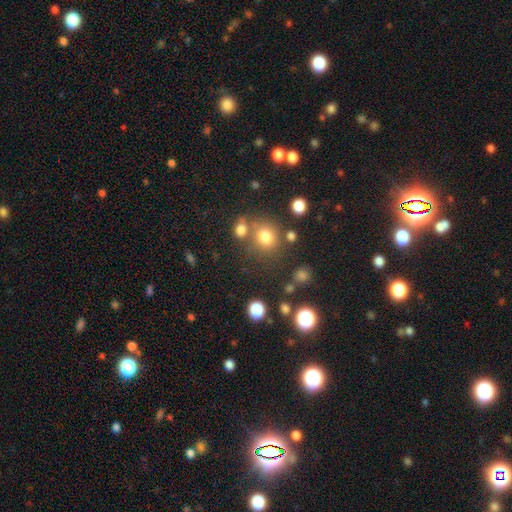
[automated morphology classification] smooth-or-featured: star or artifact: 50% | smooth: 41% | featured or disk: 9%